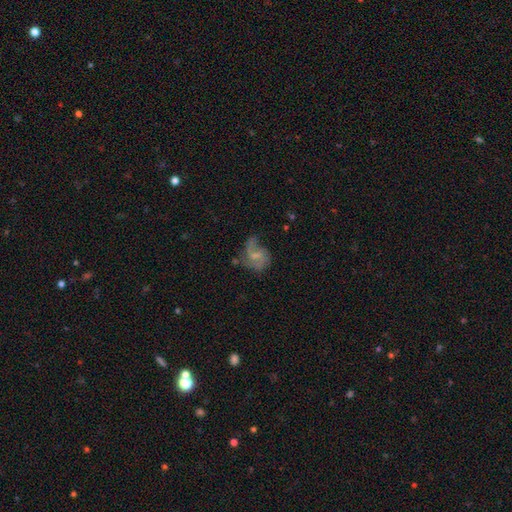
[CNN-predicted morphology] This is likely a featured or disk galaxy (72%). It is clearly not viewed edge-on (98%). Bar: possibly weak (50%). Spiral arm pattern: clearly yes (88%). Spiral arm count: likely 2 (69%). Spiral winding: marginally medium (43%, tied with loose). Central bulge: possibly small (51%). Merging: marginally none (44%).